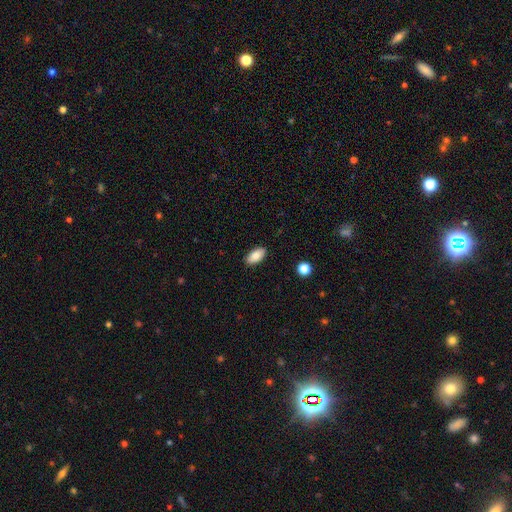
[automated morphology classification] Smooth or featured? Predicted: smooth (p=0.86). How rounded? Predicted: in between (p=0.93). Merging? Predicted: none (p=0.89).